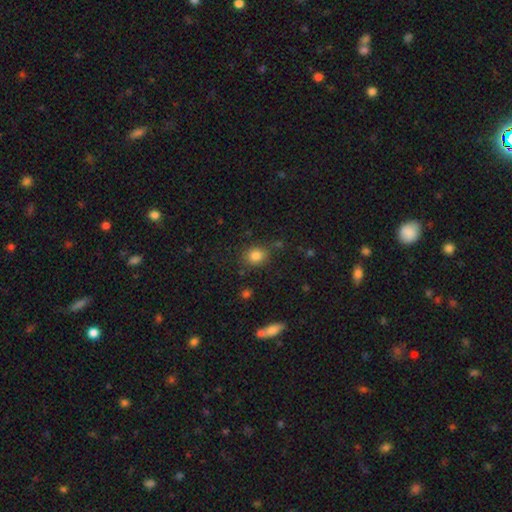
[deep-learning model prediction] The model was most divided on "how rounded": round: 63%, in between: 36%, cigar-shaped: 1%. More confident: smooth or featured — smooth (82%); merging — none (78%).